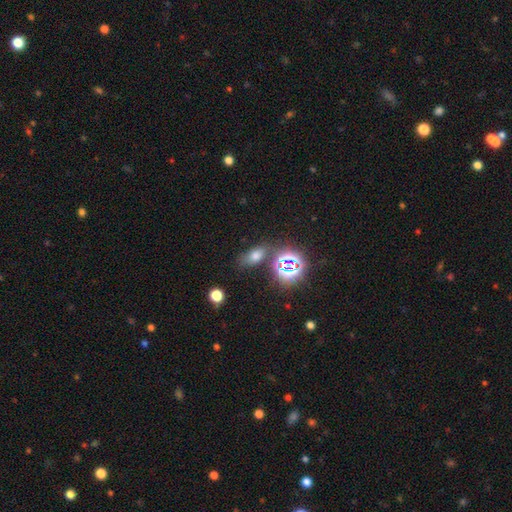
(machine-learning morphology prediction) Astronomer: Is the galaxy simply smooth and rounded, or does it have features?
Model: smooth — 60%.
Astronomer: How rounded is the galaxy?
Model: in between — 82%.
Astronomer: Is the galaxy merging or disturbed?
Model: none — 72%.